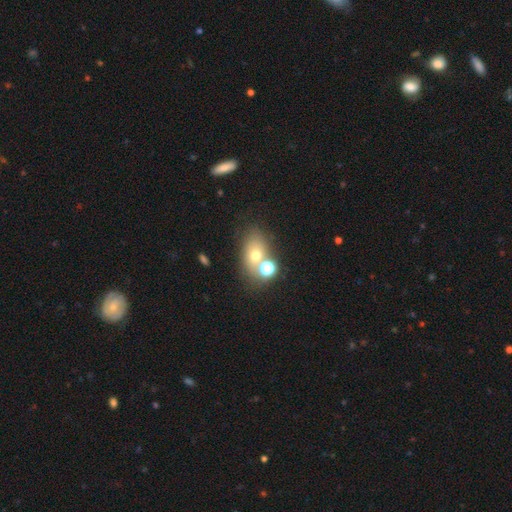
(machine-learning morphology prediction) This is likely a smooth galaxy (64%). How rounded: likely in between (64%). Merging: possibly none (52%).